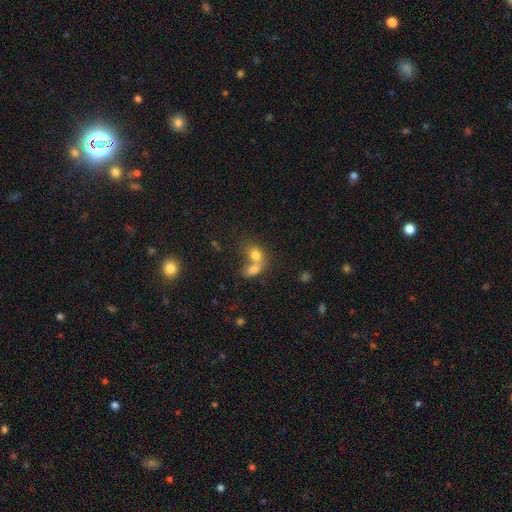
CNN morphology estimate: A smooth galaxy with no disk features (76%) that is in between round and cigar-shaped (64%).

Vote fractions:
- Smooth or featured? smooth: 76% / featured or disk: 14% / star or artifact: 10%
- How rounded? in between: 64% / round: 34% / cigar-shaped: 2%
- Merging? merger: 66% / none: 23% / minor disturbance: 7% / major disturbance: 5%